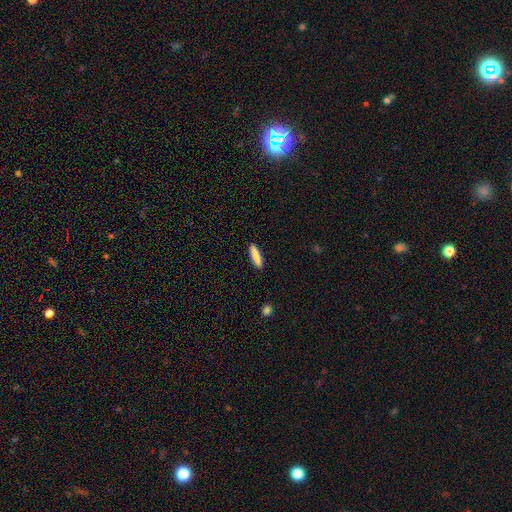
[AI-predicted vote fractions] Smooth or featured? Predicted: smooth (p=0.86). How rounded? Predicted: cigar-shaped (p=0.82). Merging? Predicted: none (p=0.91).